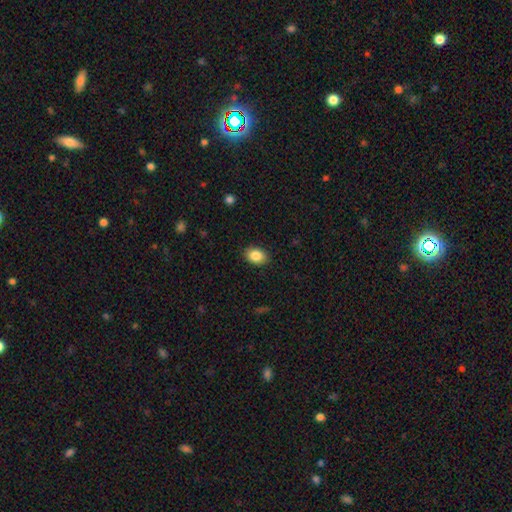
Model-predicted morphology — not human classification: smooth-or-featured: smooth: 87% | star or artifact: 8% | featured or disk: 5%
  how-rounded: in between: 78% | round: 21% | cigar-shaped: 1%
  merging: none: 88% | minor disturbance: 9% | major disturbance: 2% | merger: 1%